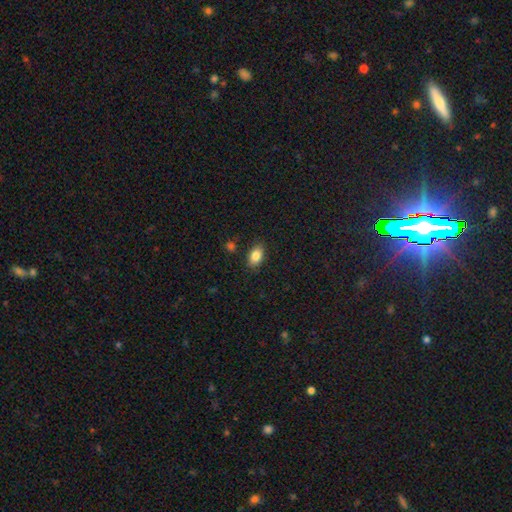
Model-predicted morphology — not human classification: Smooth or featured?
  - smooth: 85% *
  - star or artifact: 8%
  - featured or disk: 7%
How rounded?
  - in between: 89% *
  - round: 9%
  - cigar-shaped: 2%
Merging?
  - none: 84% *
  - minor disturbance: 11%
  - major disturbance: 3%
  - merger: 2%